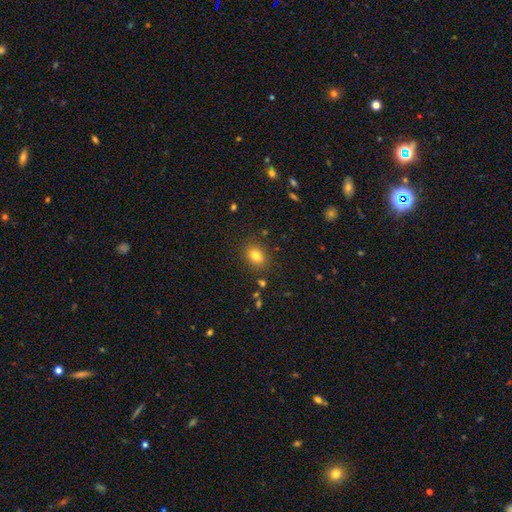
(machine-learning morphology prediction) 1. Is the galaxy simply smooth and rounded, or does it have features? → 81% smooth, 12% star or artifact, 8% featured or disk.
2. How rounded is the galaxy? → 57% in between, 42% round, 1% cigar-shaped.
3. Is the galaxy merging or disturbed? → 85% none, 10% minor disturbance, 3% major disturbance, 2% merger.